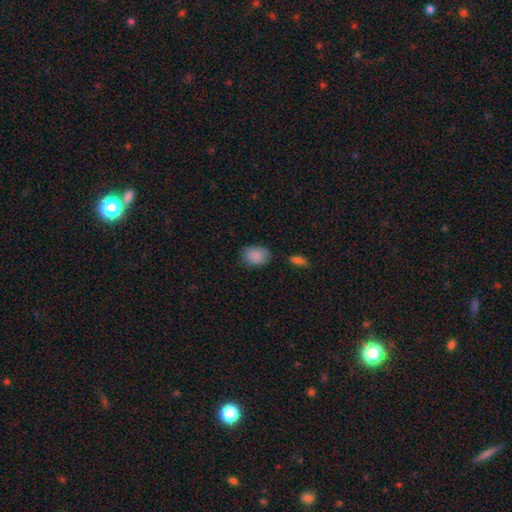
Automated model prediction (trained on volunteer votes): The model was most divided on "how rounded": in between: 68%, round: 31%, cigar-shaped: 1%. More confident: smooth or featured — smooth (88%); merging — none (74%).